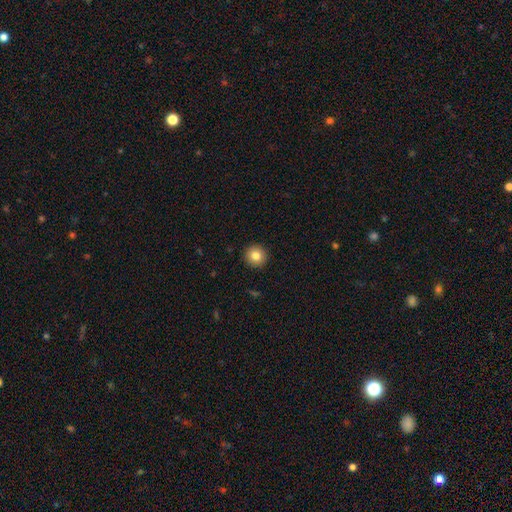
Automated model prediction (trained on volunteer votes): smooth-or-featured: smooth: 82% | star or artifact: 10% | featured or disk: 8%
  how-rounded: round: 95% | in between: 4% | cigar-shaped: 1%
  merging: none: 93% | minor disturbance: 5% | major disturbance: 2% | merger: 1%